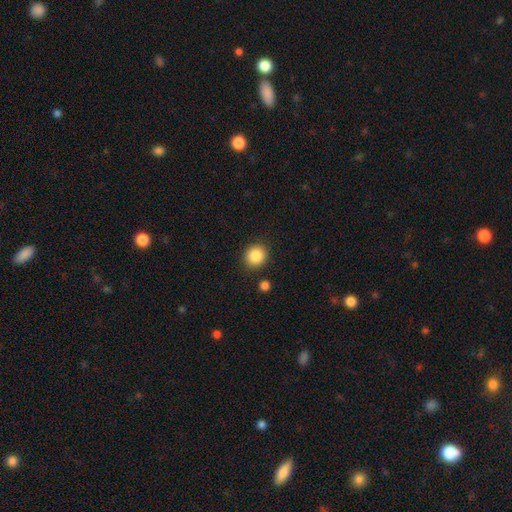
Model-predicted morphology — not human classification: A smooth galaxy with no disk features (86%) that is round (86%). Merging: none (88%).